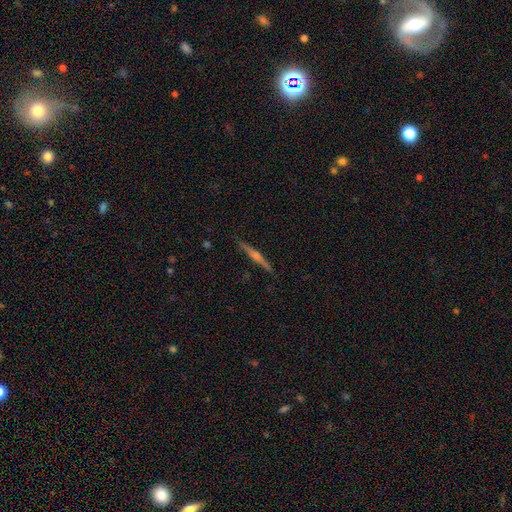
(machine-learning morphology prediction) The model was most divided on "smooth or featured": featured or disk: 76%, smooth: 17%, star or artifact: 7%. More confident: edge-on disk — yes (98%); merging — none (91%); edge-on bulge — rounded (80%).